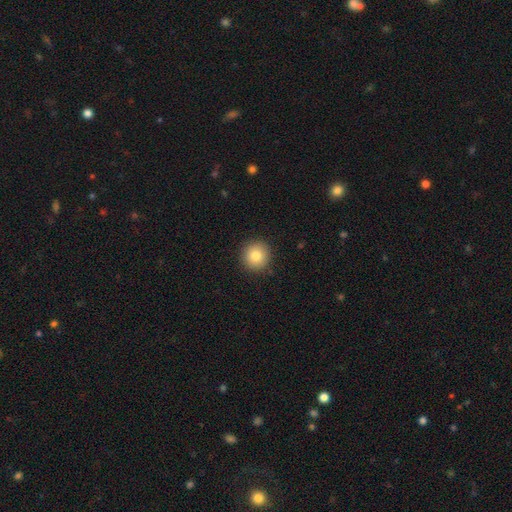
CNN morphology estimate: This appears to be a smooth galaxy with no disk features (82%) that is round (94%). Merging: none (91%).